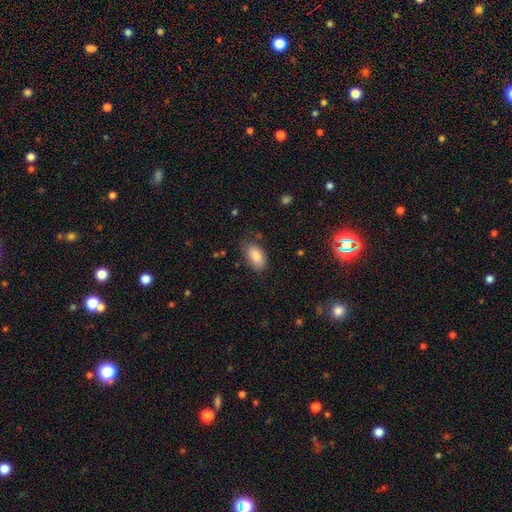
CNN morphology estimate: This is clearly a smooth galaxy (84%). How rounded: clearly in between (93%). Merging: likely none (74%).